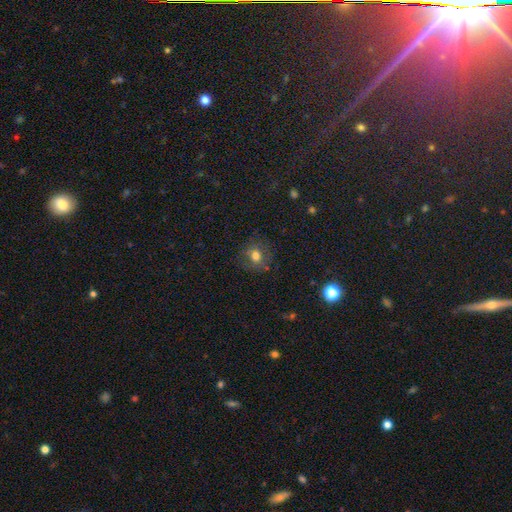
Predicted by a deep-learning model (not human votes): The model was most divided on "smooth or featured": smooth: 69%, featured or disk: 15%, star or artifact: 15%. More confident: merging — none (77%); how rounded — round (77%).